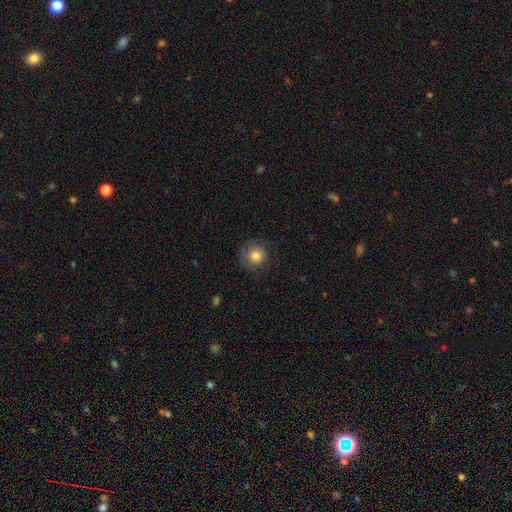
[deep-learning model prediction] Overall: smooth (78%). How rounded: round (92%). Merging: none (76%).